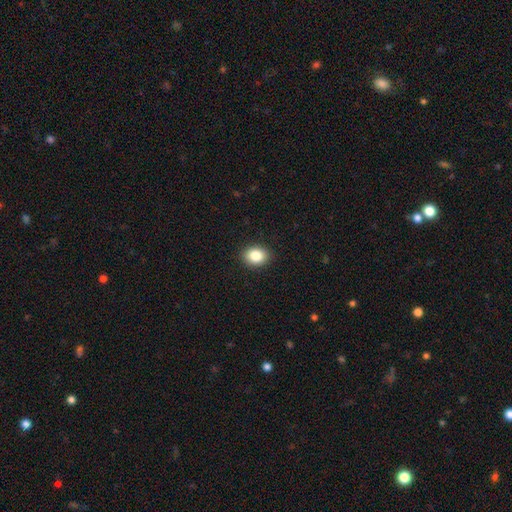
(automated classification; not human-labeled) Morphology: type=smooth (85%); roundness=in between (54%); merging=none (90%).